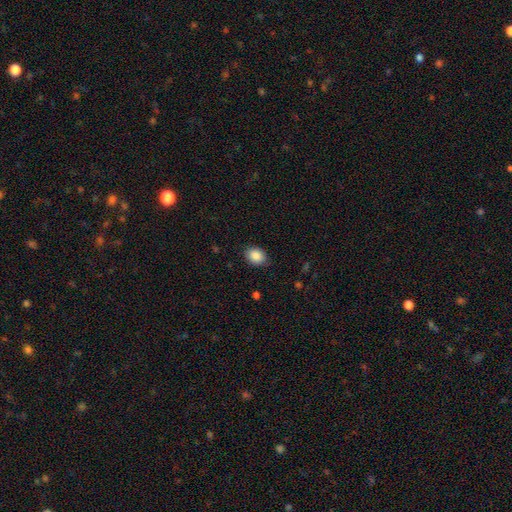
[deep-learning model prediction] Smooth or featured?
  - smooth: 88% *
  - star or artifact: 8%
  - featured or disk: 4%
How rounded?
  - in between: 61% *
  - round: 38%
  - cigar-shaped: 1%
Merging?
  - none: 83% *
  - minor disturbance: 13%
  - major disturbance: 3%
  - merger: 1%